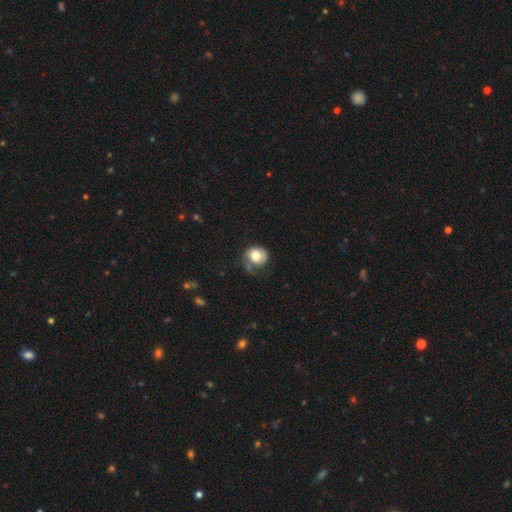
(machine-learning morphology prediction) A smooth galaxy with no disk features (70%) that is round (73%).

Vote fractions:
- Smooth or featured? smooth: 70% / featured or disk: 22% / star or artifact: 8%
- How rounded? round: 73% / in between: 26% / cigar-shaped: 1%
- Merging? none: 45% / minor disturbance: 29% / major disturbance: 22% / merger: 4%